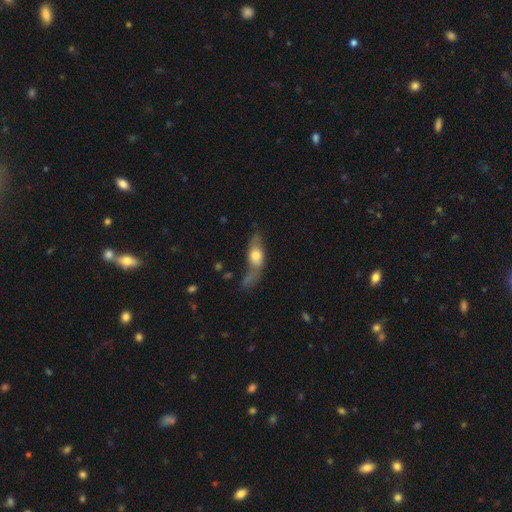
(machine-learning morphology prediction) A smooth galaxy with no disk features (57%) that is in between round and cigar-shaped (69%). Merging: none (39%).